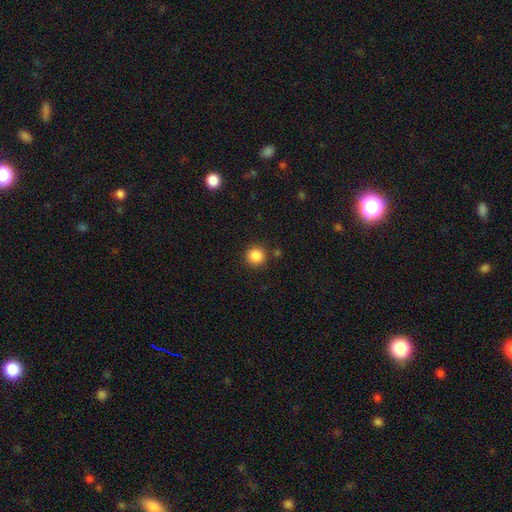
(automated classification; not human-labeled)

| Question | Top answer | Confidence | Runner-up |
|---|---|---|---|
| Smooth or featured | smooth | 87% | star or artifact (10%) |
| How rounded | round | 94% | in between (5%) |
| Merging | none | 88% | minor disturbance (7%) |